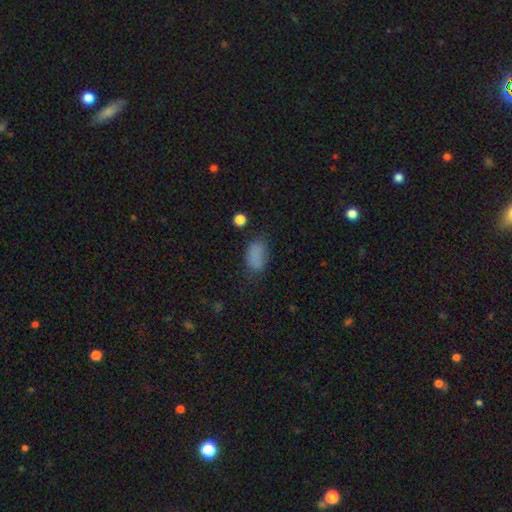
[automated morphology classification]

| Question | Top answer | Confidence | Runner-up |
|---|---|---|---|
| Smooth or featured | smooth | 79% | star or artifact (13%) |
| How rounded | in between | 89% | round (9%) |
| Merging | none | 64% | minor disturbance (23%) |